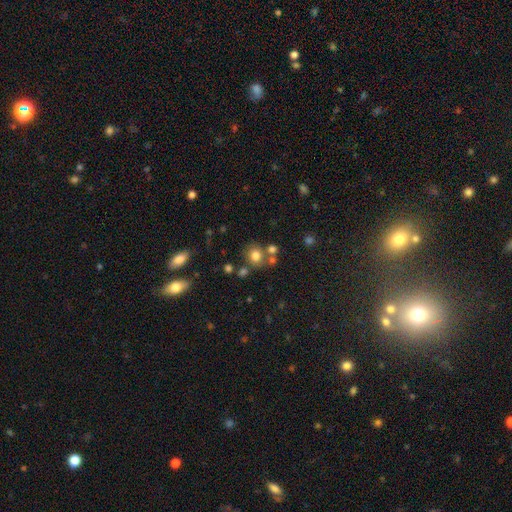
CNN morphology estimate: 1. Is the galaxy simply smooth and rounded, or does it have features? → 77% smooth, 14% star or artifact, 9% featured or disk.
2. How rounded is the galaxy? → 80% round, 19% in between, 1% cigar-shaped.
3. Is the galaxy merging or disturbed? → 67% none, 18% merger, 11% minor disturbance, 4% major disturbance.